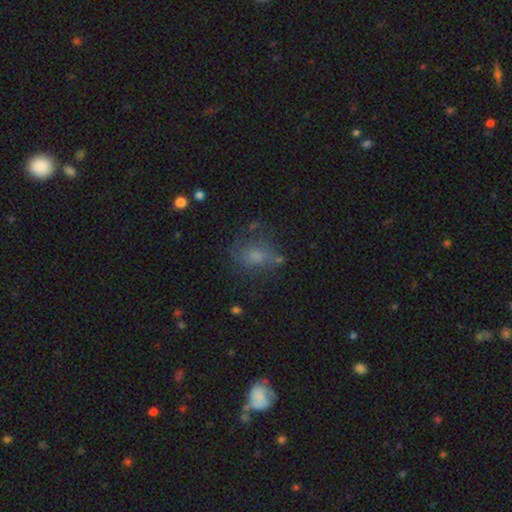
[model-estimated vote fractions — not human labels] This appears to be a smooth galaxy with no disk features (54%) that is round (51%). Merging: none (48%).